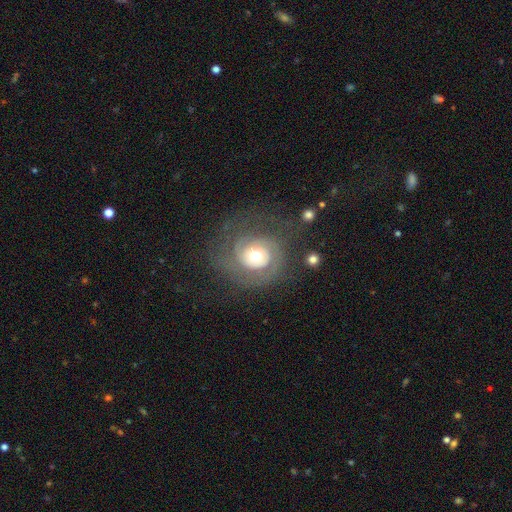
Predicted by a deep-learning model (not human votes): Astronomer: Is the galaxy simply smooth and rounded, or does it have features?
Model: featured or disk — 80%.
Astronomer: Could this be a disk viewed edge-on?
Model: no — 98%.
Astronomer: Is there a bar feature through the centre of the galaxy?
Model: no — 78%.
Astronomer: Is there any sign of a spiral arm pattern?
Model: yes — 92%.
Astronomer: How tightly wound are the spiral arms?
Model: tight — 67%.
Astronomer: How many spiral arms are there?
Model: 2 — 38% (runner-up: can't tell, 25%).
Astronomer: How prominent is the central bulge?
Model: moderate — 67%.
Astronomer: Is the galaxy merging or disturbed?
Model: none — 65%.